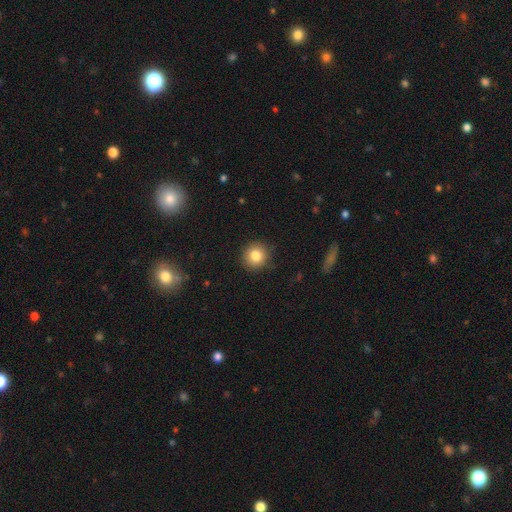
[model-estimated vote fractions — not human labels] A smooth galaxy with no disk features (82%) that is round (92%).

Vote fractions:
- Smooth or featured? smooth: 82% / star or artifact: 10% / featured or disk: 7%
- How rounded? round: 92% / in between: 7% / cigar-shaped: 1%
- Merging? none: 90% / minor disturbance: 7% / major disturbance: 2% / merger: 1%